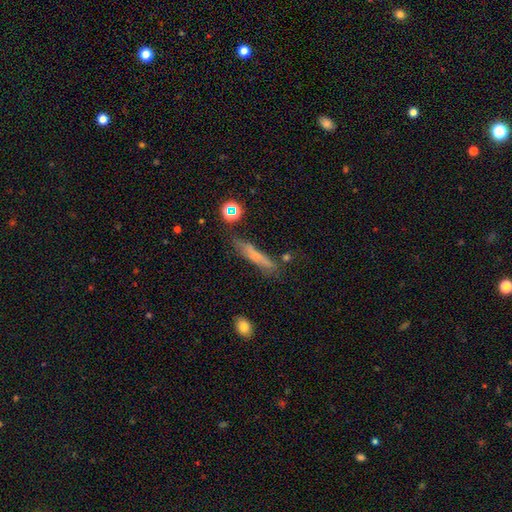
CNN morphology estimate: Overall: smooth (62%; featured or disk 25%). How rounded: cigar-shaped (88%). Merging: none (68%).